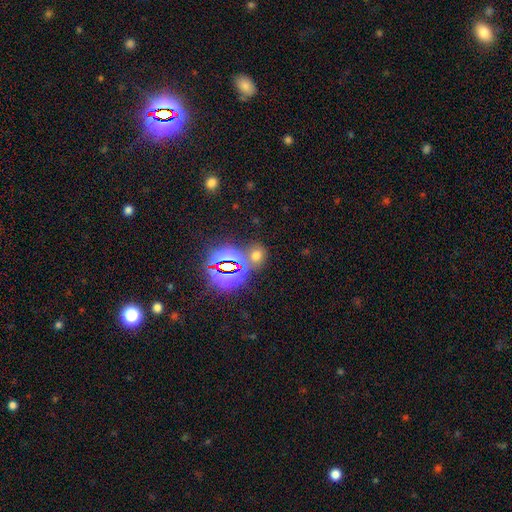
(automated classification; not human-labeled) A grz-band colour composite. It shows a smooth galaxy with no disk features (51%) that is round (69%). Merging: none (69%).